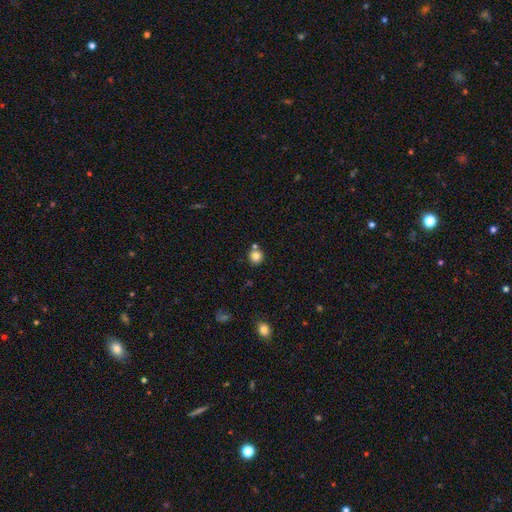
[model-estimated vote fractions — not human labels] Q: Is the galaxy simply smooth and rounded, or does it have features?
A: smooth — 82%.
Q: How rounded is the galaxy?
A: round — 92%.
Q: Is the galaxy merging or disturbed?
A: none — 72%.